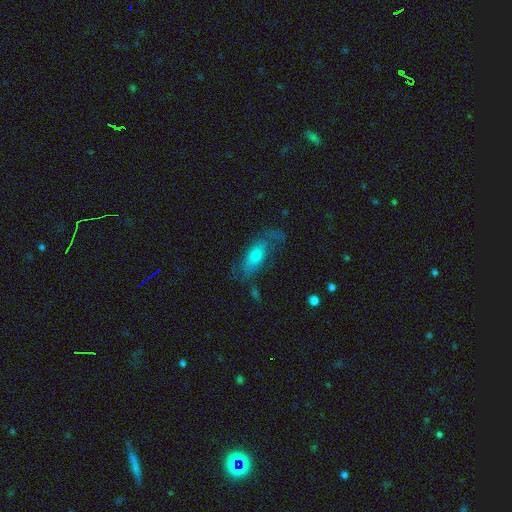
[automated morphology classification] Q: Smooth or featured?
A: smooth (52%); runner-up: featured or disk (40%)
Q: How rounded?
A: in between (77%); runner-up: cigar-shaped (19%)
Q: Merging?
A: none (50%); runner-up: minor disturbance (24%)